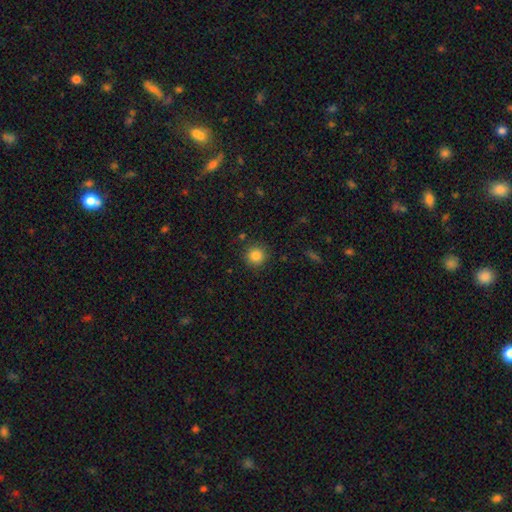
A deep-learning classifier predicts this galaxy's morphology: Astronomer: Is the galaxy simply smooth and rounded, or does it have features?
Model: smooth — 84%.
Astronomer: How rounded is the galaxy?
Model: round — 94%.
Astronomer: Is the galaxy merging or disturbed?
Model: none — 89%.